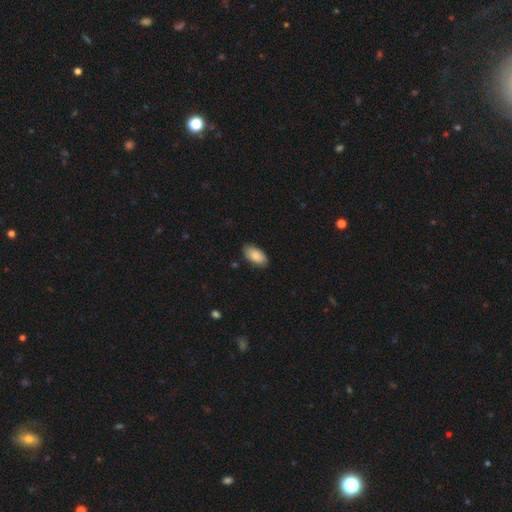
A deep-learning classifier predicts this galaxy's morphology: Smooth or featured?
  - smooth: 87% *
  - featured or disk: 7%
  - star or artifact: 6%
How rounded?
  - in between: 94% *
  - cigar-shaped: 3%
  - round: 3%
Merging?
  - none: 82% *
  - minor disturbance: 14%
  - major disturbance: 2%
  - merger: 1%